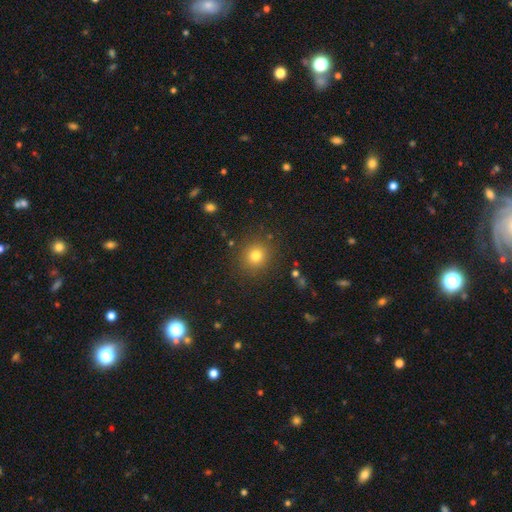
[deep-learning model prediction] This is likely a smooth galaxy (78%). How rounded: clearly round (89%). Merging: clearly none (88%).